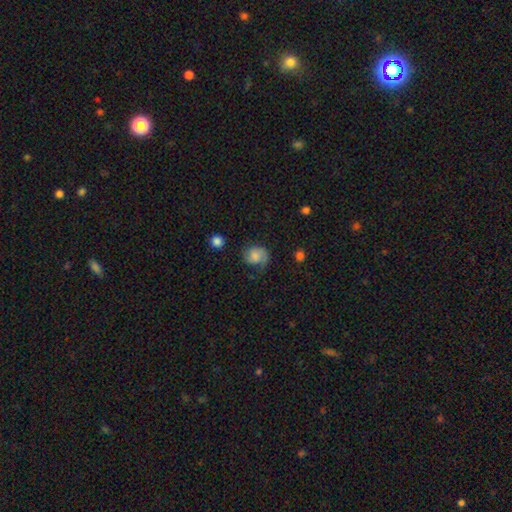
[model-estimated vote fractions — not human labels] Q: Smooth or featured?
A: featured or disk (53%); runner-up: smooth (38%)
Q: Edge-on disk?
A: no (97%); runner-up: yes (3%)
Q: Bar?
A: no (70%); runner-up: weak (26%)
Q: Spiral arms?
A: yes (92%); runner-up: no (8%)
Q: Bulge size?
A: moderate (31%); runner-up: small (27%)
Q: Merging?
A: none (57%); runner-up: minor disturbance (25%)